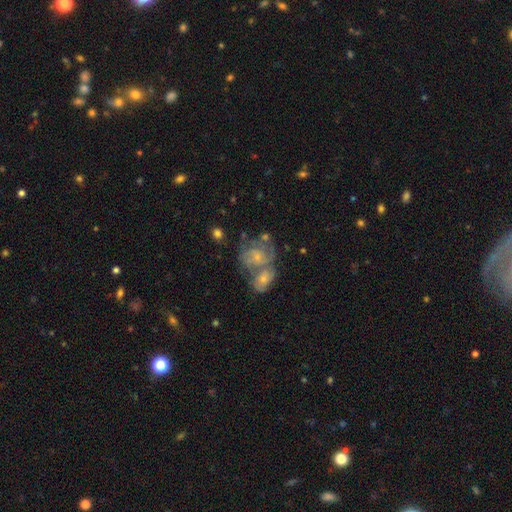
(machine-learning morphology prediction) smooth-or-featured: featured or disk: 66% | smooth: 26% | star or artifact: 8%
  disk-edge-on: no: 98% | yes: 2%
    bar: no: 73% | weak: 23% | strong: 4%
    has-spiral-arms: yes: 80% | no: 20%
      spiral-winding: tight: 45% | medium: 42% | loose: 13%
      spiral-arm-count: can't tell: 38% | 2: 27% | 3: 20% | 4: 6% | 1: 5% | more than 4: 4%
    bulge-size: small: 65% | moderate: 23% | none: 9% | large: 2% | dominant: 1%
  merging: merger: 56% | none: 24% | minor disturbance: 11% | major disturbance: 9%